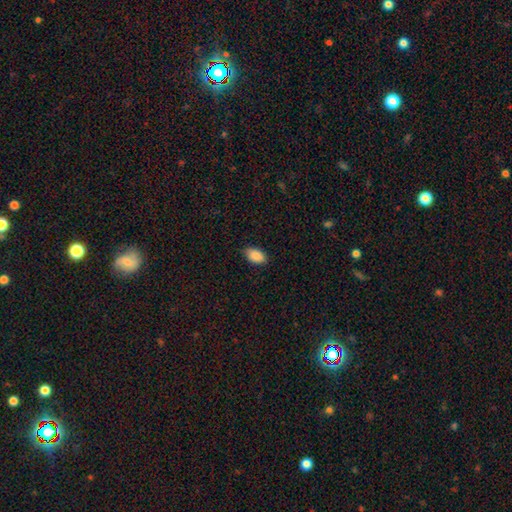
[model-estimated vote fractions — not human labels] This appears to be a smooth galaxy with no disk features (90%) that is in between round and cigar-shaped (93%). Merging: none (86%).